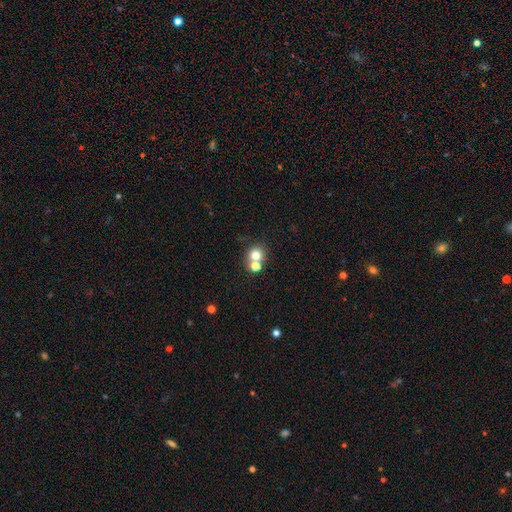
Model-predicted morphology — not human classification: A smooth galaxy with no disk features (73%) that is round (83%).

Vote fractions:
- Smooth or featured? smooth: 73% / star or artifact: 15% / featured or disk: 12%
- How rounded? round: 83% / in between: 16% / cigar-shaped: 1%
- Merging? none: 51% / merger: 39% / minor disturbance: 7% / major disturbance: 3%